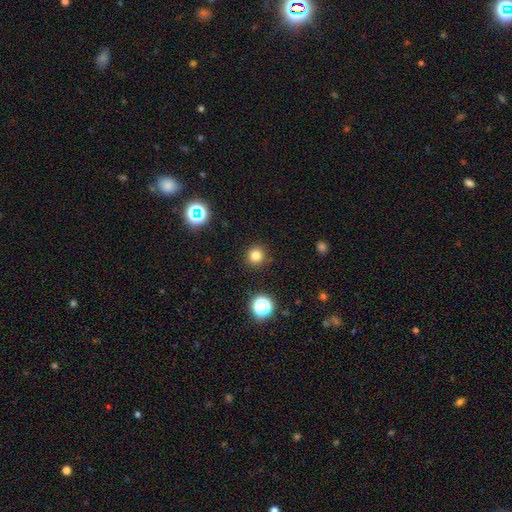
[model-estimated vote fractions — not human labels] A smooth galaxy with no disk features (80%) that is round (94%).

Vote fractions:
- Smooth or featured? smooth: 80% / star or artifact: 15% / featured or disk: 5%
- How rounded? round: 94% / in between: 5% / cigar-shaped: 1%
- Merging? none: 90% / minor disturbance: 6% / major disturbance: 2% / merger: 1%